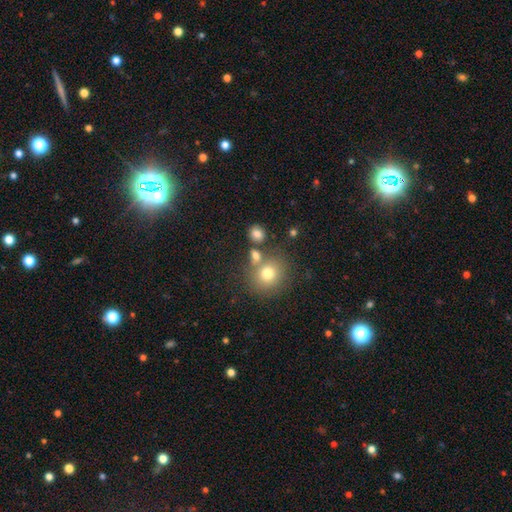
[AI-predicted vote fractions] Overall: smooth (76%). How rounded: round (73%). Merging: none (62%).